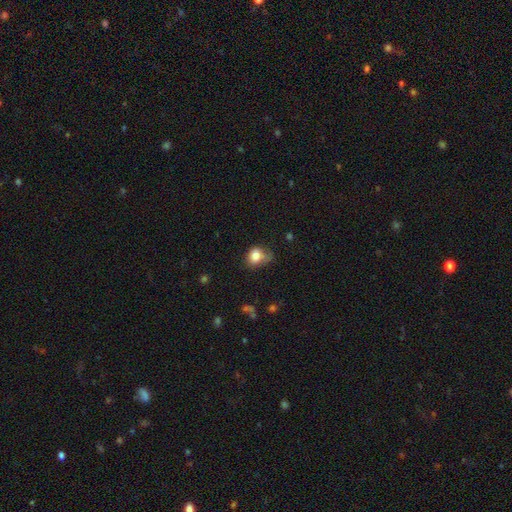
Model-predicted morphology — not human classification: The model was most divided on "merging": none: 41%, minor disturbance: 36%, major disturbance: 17%, merger: 6%. More confident: smooth or featured — smooth (80%); how rounded — round (53%).